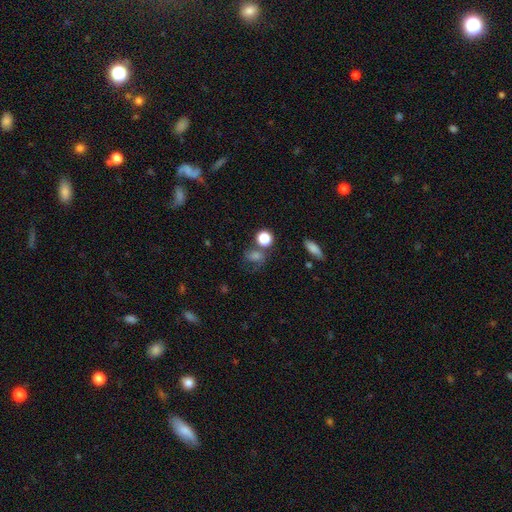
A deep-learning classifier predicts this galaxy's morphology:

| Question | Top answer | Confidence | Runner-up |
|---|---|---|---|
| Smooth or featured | smooth | 49% | star or artifact (27%) |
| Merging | none | 58% | minor disturbance (17%) |